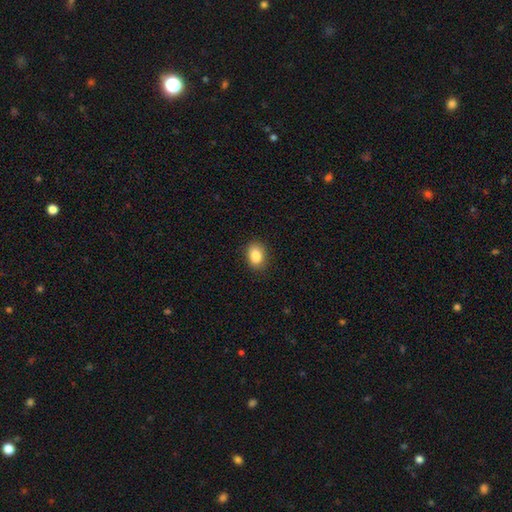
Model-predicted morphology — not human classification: type=smooth (87%); roundness=in between (76%); merging=none (85%).